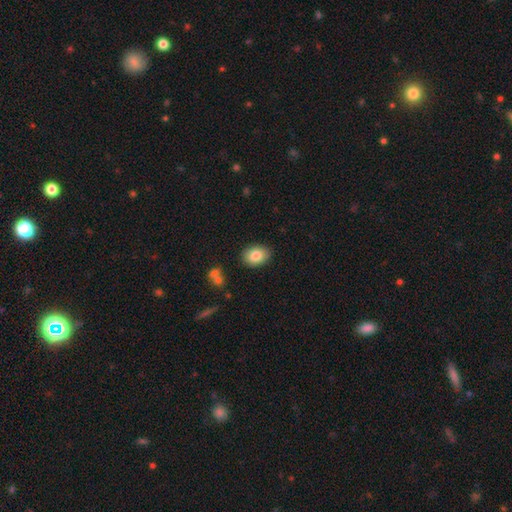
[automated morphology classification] The model was most divided on "how rounded": in between: 73%, round: 26%, cigar-shaped: 1%. More confident: merging — none (86%); smooth or featured — smooth (83%).